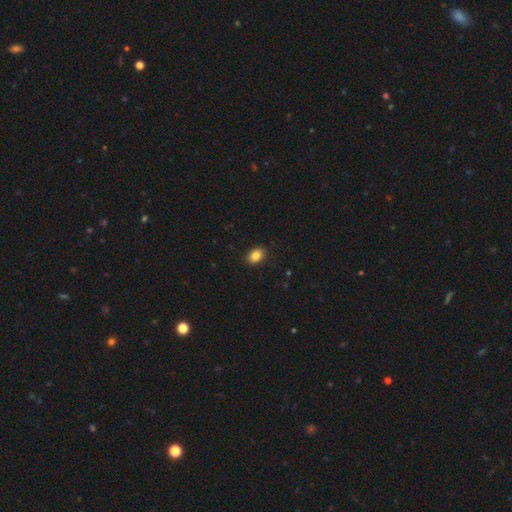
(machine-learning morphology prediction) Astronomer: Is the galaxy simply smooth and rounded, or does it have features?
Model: smooth — 85%.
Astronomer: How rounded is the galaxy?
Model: in between — 75%.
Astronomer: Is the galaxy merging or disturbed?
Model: none — 89%.